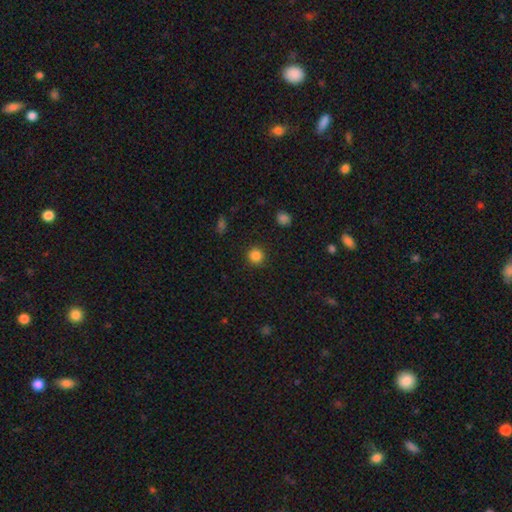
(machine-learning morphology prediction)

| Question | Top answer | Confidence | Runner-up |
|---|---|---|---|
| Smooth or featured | smooth | 84% | star or artifact (12%) |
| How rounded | round | 93% | in between (6%) |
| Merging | none | 91% | minor disturbance (6%) |